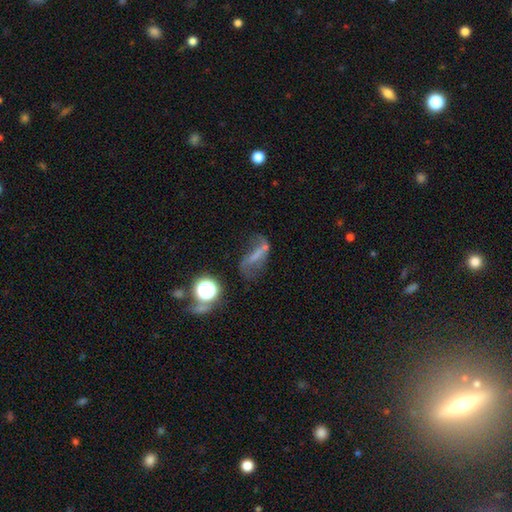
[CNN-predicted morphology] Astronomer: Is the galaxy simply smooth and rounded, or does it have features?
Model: featured or disk — 51% (runner-up: smooth, 27%).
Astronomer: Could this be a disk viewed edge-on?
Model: no — 89%.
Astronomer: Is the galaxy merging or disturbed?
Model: none — 43% (runner-up: major disturbance, 28%).